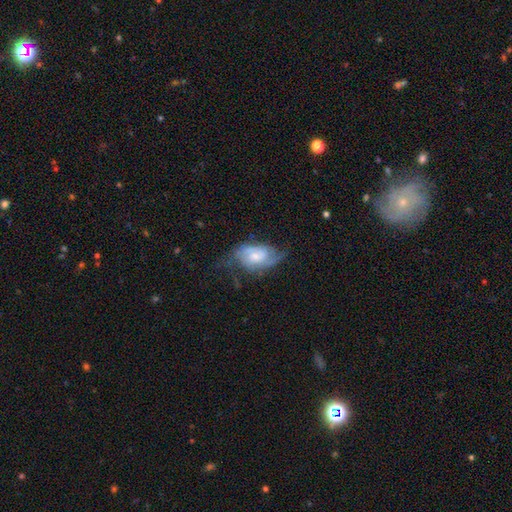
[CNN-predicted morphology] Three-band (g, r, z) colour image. It shows a featured or disk galaxy (74%) with no bar (57%), 2 (63%) medium (44%) spiral arms (91%) and a moderate central bulge (46%). Merging: none (50%).